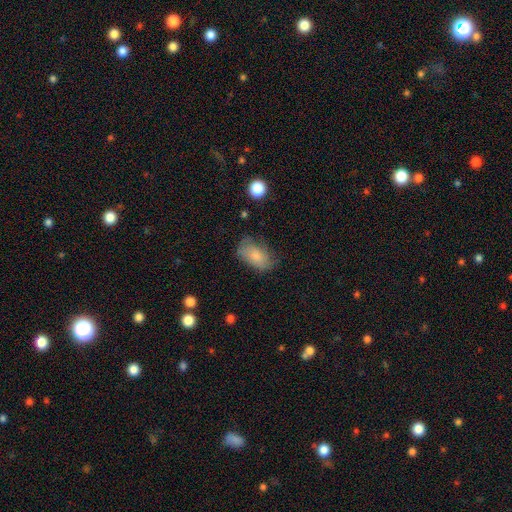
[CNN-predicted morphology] smooth-or-featured: smooth: 74% | featured or disk: 18% | star or artifact: 8%
  how-rounded: in between: 91% | round: 7% | cigar-shaped: 2%
  merging: none: 55% | minor disturbance: 31% | major disturbance: 12% | merger: 2%